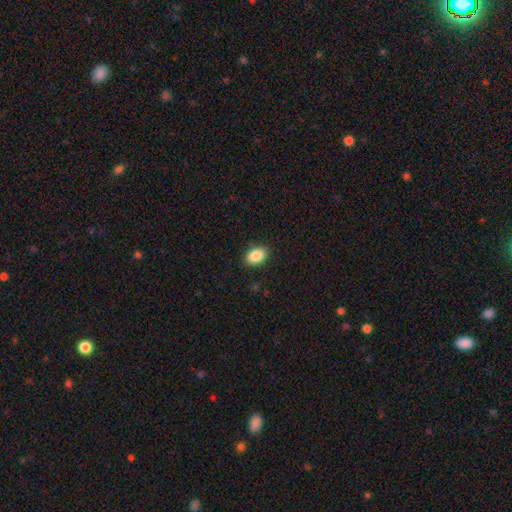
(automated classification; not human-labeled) smooth 88%, star or artifact 8%, featured or disk 4%. Down the decision tree: how rounded — in between (84%); merging — none (88%).